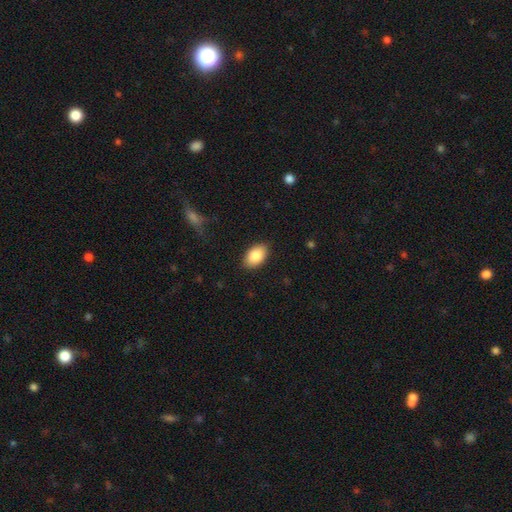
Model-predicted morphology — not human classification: smooth_or_featured: smooth (p=0.86) [alt: featured or disk p=0.07]
how_rounded: in between (p=0.92) [alt: round p=0.07]
merging: none (p=0.87) [alt: minor disturbance p=0.10]